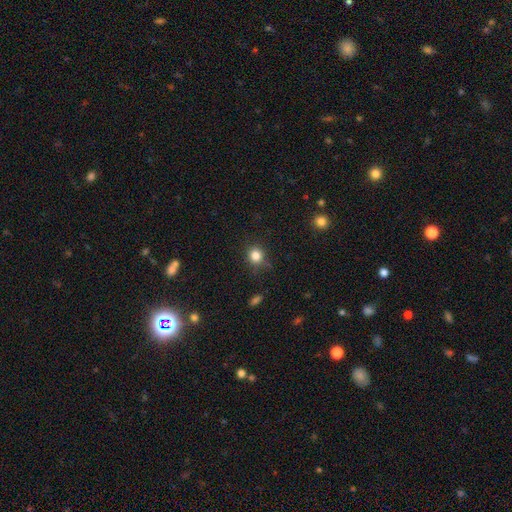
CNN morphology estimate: Smooth or featured? smooth (83%)
How rounded? round (85%)
Merging? none (80%)